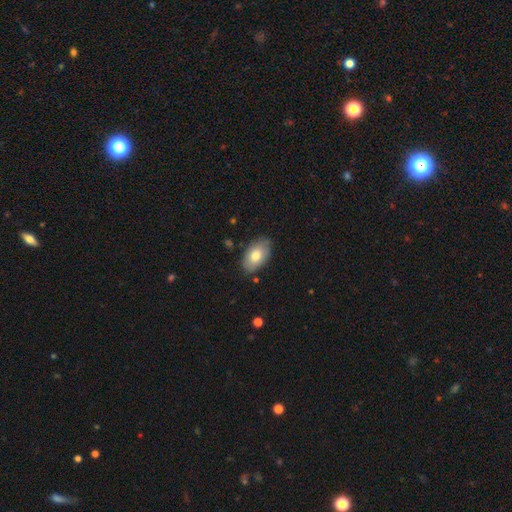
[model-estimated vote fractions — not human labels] smooth 77%, featured or disk 17%, star or artifact 6%. Down the decision tree: how rounded — in between (93%); merging — none (82%).